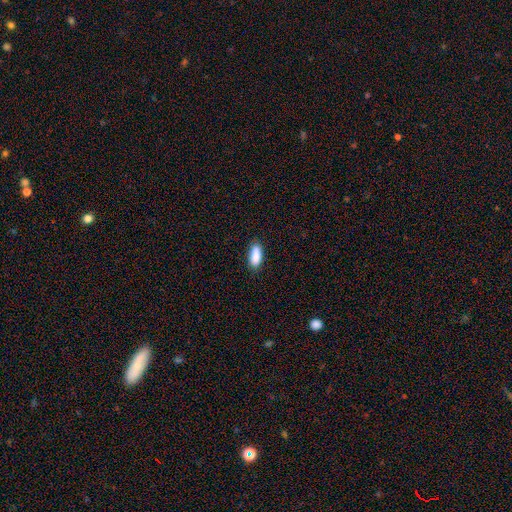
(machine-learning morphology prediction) This is clearly a smooth galaxy (89%). How rounded: likely in between (77%). Merging: clearly none (82%).